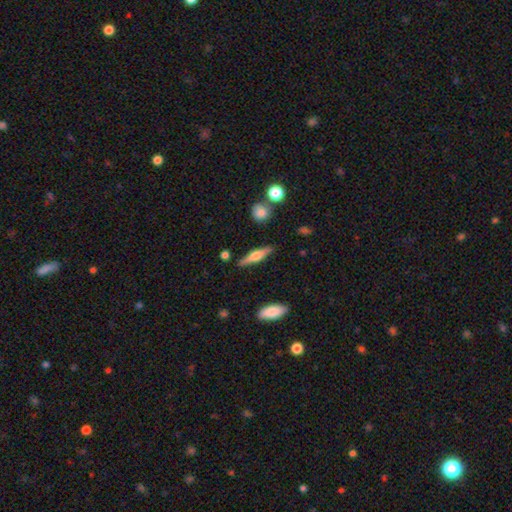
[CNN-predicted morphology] Smooth or featured: featured or disk — 58% (smooth — 36%)
Edge-on disk: yes — 96% (no — 4%)
Edge-on bulge: rounded — 87% (boxy — 10%)
Merging: none — 86% (minor disturbance — 9%)